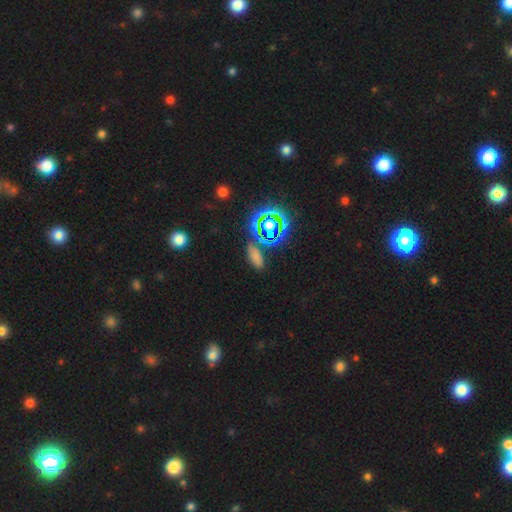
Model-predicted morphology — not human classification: smooth-or-featured: smooth: 56% | star or artifact: 35% | featured or disk: 9%
  how-rounded: in between: 80% | cigar-shaped: 11% | round: 9%
  merging: none: 77% | minor disturbance: 13% | merger: 5% | major disturbance: 5%